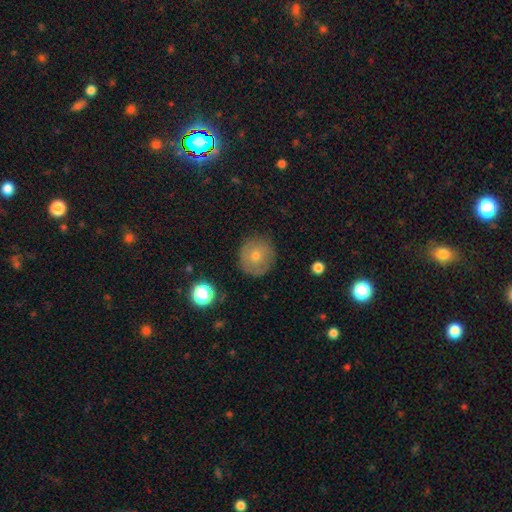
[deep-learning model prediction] Morphology: type=smooth (60%); roundness=round (93%); merging=none (85%).